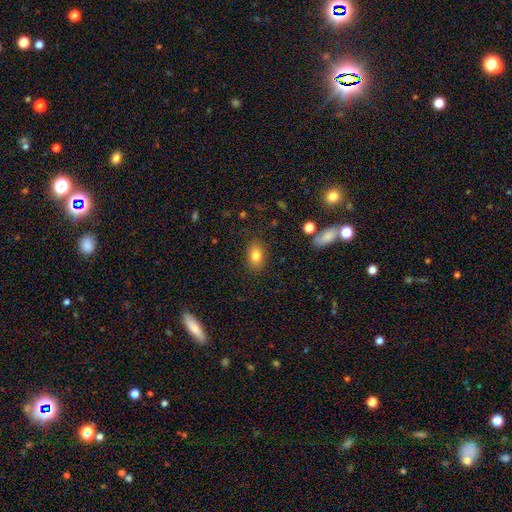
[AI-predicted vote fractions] The model was most divided on "how rounded": in between: 81%, round: 17%, cigar-shaped: 2%. More confident: merging — none (85%); smooth or featured — smooth (82%).